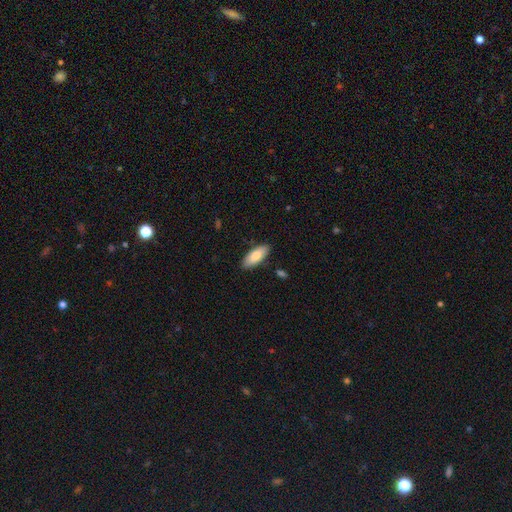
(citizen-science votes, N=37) smooth-or-featured: smooth: 78% | featured or disk: 14% | star or artifact: 8%
  how-rounded: in between: 79% | cigar-shaped: 17% | round: 3%
  merging: none: 88% | minor disturbance: 6% | major disturbance: 3% | merger: 3%